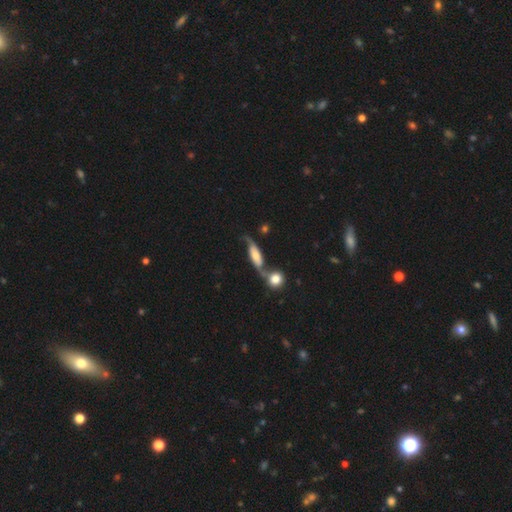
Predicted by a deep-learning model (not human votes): A featured or disk galaxy (61%).

Vote fractions:
- Smooth or featured? featured or disk: 61% / smooth: 31% / star or artifact: 7%
- Edge-on disk? no: 73% / yes: 27%
- Merging? none: 39% / merger: 36% / minor disturbance: 15% / major disturbance: 9%